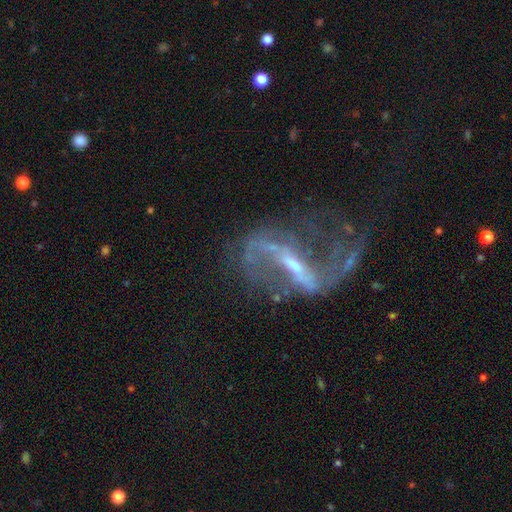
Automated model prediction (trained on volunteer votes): The model was most divided on "merging": none: 43%, major disturbance: 33%, minor disturbance: 17%, merger: 7%. More confident: edge-on disk — no (92%); spiral arms — yes (87%); smooth or featured — featured or disk (85%); spiral arm count — 2 (84%); spiral winding — loose (75%); bulge size — small (61%); bar — strong (55%).